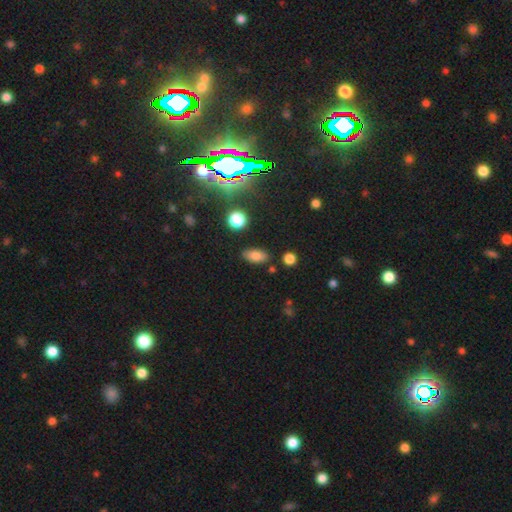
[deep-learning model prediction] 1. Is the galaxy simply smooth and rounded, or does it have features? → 81% smooth, 12% star or artifact, 8% featured or disk.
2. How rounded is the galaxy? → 86% in between, 7% cigar-shaped, 6% round.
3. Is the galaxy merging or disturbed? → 83% none, 11% minor disturbance, 3% merger, 3% major disturbance.